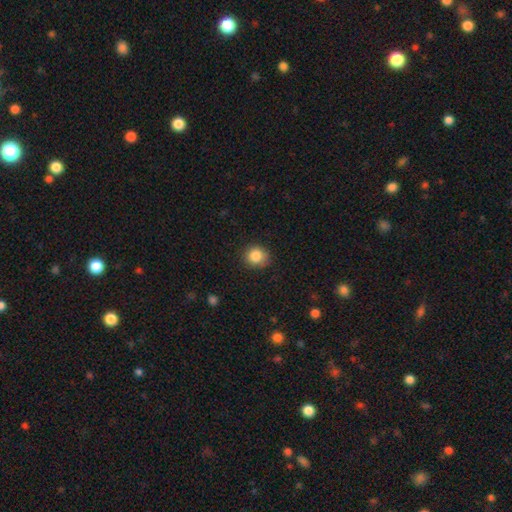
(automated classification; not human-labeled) Smooth or featured? Predicted: smooth (p=0.85). How rounded? Predicted: round (p=0.84). Merging? Predicted: none (p=0.81).